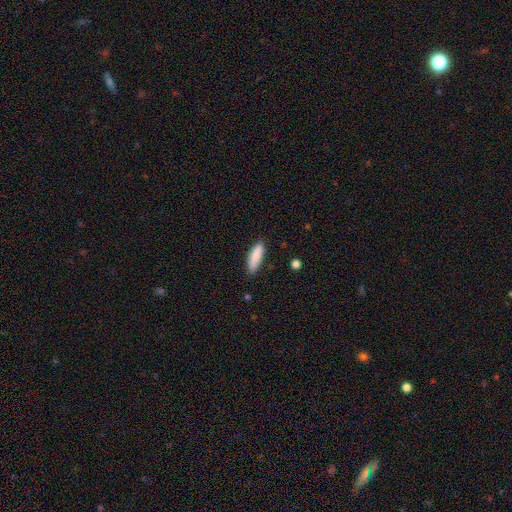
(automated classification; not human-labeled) Q: Smooth or featured?
A: smooth (87%); runner-up: featured or disk (7%)
Q: How rounded?
A: cigar-shaped (53%); runner-up: in between (45%)
Q: Merging?
A: none (82%); runner-up: minor disturbance (14%)